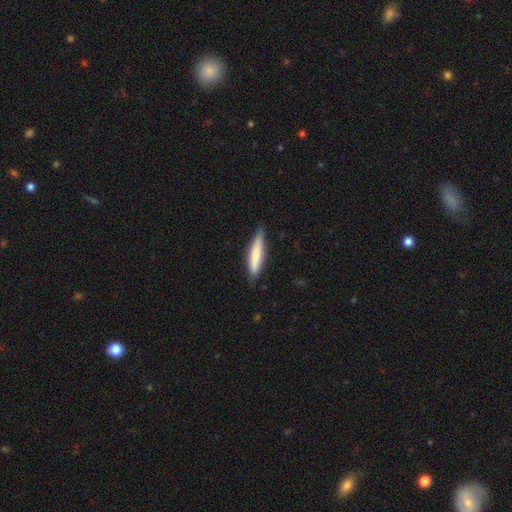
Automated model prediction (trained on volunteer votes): This appears to be a smooth galaxy with no disk features (71%) that is cigar-shaped (82%). Merging: none (78%).